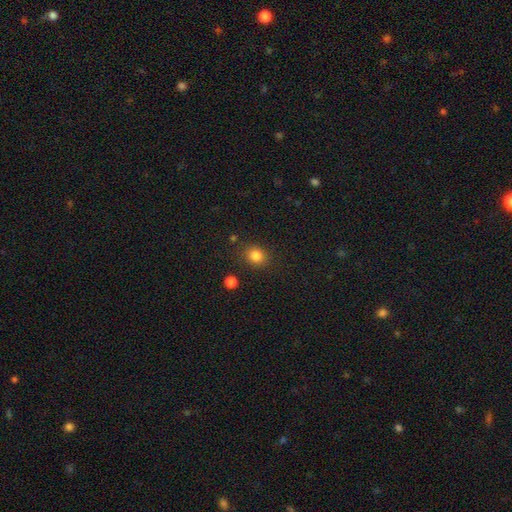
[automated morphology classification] A smooth galaxy with no disk features (83%) that is round (68%).

Vote fractions:
- Smooth or featured? smooth: 83% / star or artifact: 12% / featured or disk: 5%
- How rounded? round: 68% / in between: 31% / cigar-shaped: 1%
- Merging? none: 84% / minor disturbance: 10% / major disturbance: 3% / merger: 3%